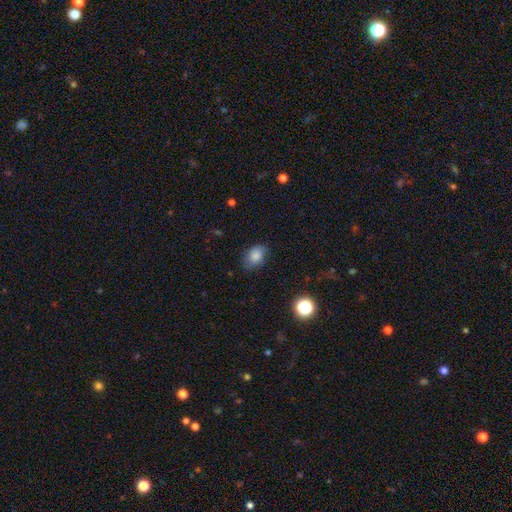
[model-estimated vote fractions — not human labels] A smooth galaxy with no disk features (83%) that is in between round and cigar-shaped (80%).

Vote fractions:
- Smooth or featured? smooth: 83% / star or artifact: 9% / featured or disk: 7%
- How rounded? in between: 80% / round: 19% / cigar-shaped: 1%
- Merging? none: 73% / minor disturbance: 21% / major disturbance: 5% / merger: 1%